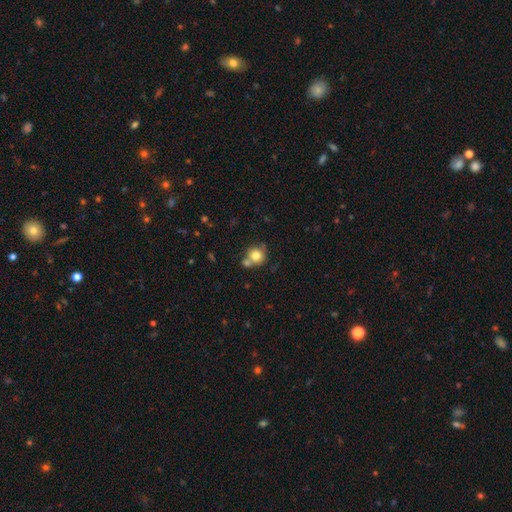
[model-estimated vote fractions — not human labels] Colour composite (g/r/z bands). It shows a smooth galaxy with no disk features (77%) that is round (87%). Merging: none (52%).